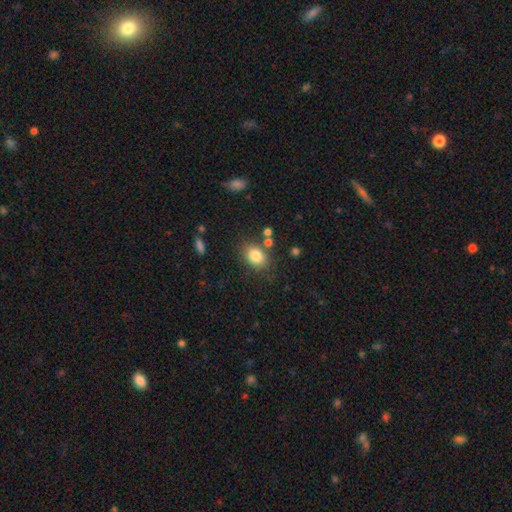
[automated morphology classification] smooth-or-featured: smooth: 83% | star or artifact: 10% | featured or disk: 7%
  how-rounded: in between: 67% | round: 32% | cigar-shaped: 1%
  merging: none: 77% | minor disturbance: 12% | merger: 6% | major disturbance: 4%